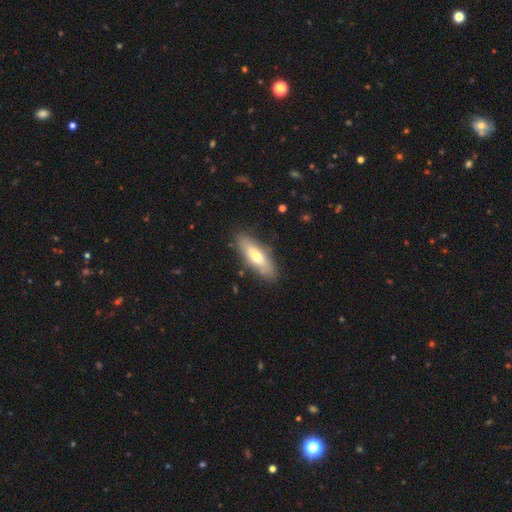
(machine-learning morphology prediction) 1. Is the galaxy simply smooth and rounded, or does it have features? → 64% smooth, 30% featured or disk, 6% star or artifact.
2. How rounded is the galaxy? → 57% in between, 41% cigar-shaped, 2% round.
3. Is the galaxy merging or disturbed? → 84% none, 12% minor disturbance, 3% major disturbance, 2% merger.